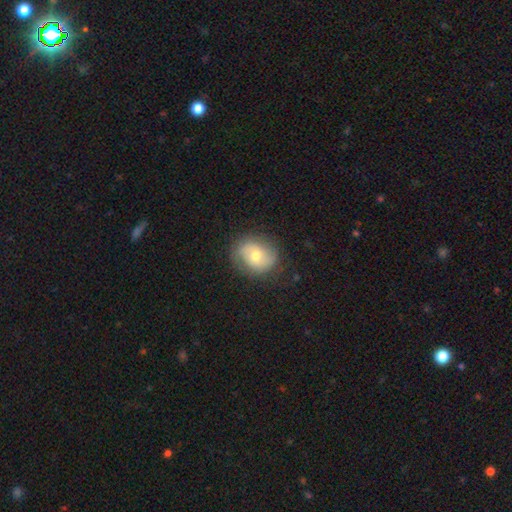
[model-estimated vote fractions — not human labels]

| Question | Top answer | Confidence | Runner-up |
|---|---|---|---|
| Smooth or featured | smooth | 48% | featured or disk (44%) |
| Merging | none | 78% | minor disturbance (16%) |